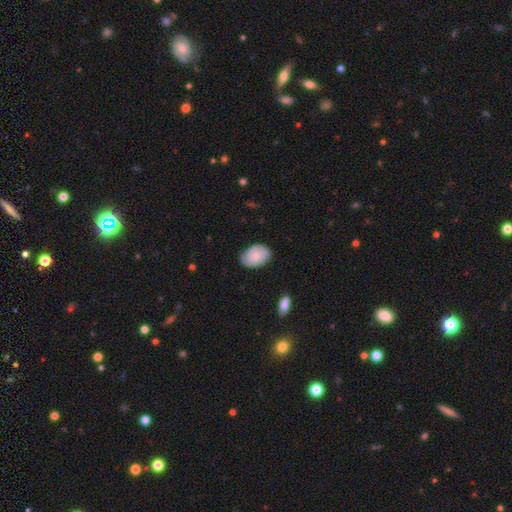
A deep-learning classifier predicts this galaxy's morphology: Q: Smooth or featured?
A: smooth (54%); runner-up: featured or disk (40%)
Q: How rounded?
A: in between (85%); runner-up: round (14%)
Q: Merging?
A: none (73%); runner-up: minor disturbance (22%)